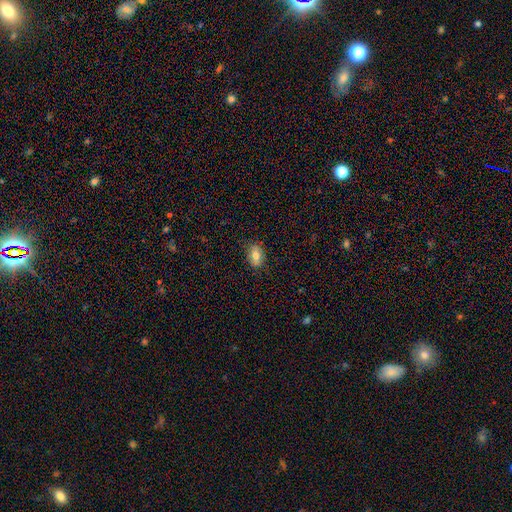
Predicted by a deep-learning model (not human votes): Morphology: type=smooth (74%); roundness=in between (83%); merging=none (81%).